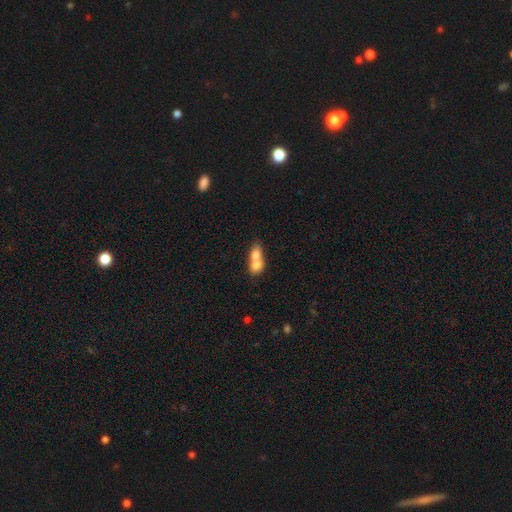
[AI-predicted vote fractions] This is likely a smooth galaxy (71%). How rounded: likely in between (62%). Merging: likely merger (76%).